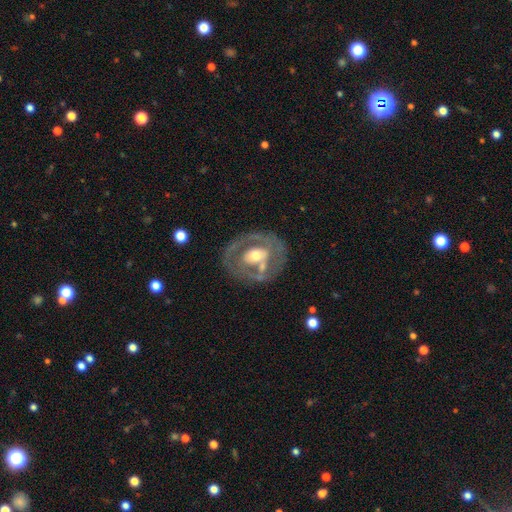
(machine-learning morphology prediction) featured or disk 69%, smooth 26%, star or artifact 6%. Down the decision tree: edge-on disk — no (95%); bar — no (58%); spiral arms — no (69%); bulge size — moderate (68%); merging — none (67%).